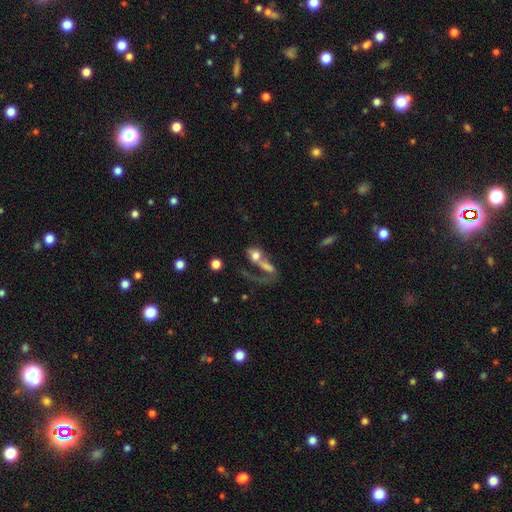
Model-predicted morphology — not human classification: A smooth galaxy with no disk features (50%).

Vote fractions:
- Smooth or featured? smooth: 50% / featured or disk: 39% / star or artifact: 11%
- Merging? merger: 55% / major disturbance: 22% / none: 16% / minor disturbance: 7%